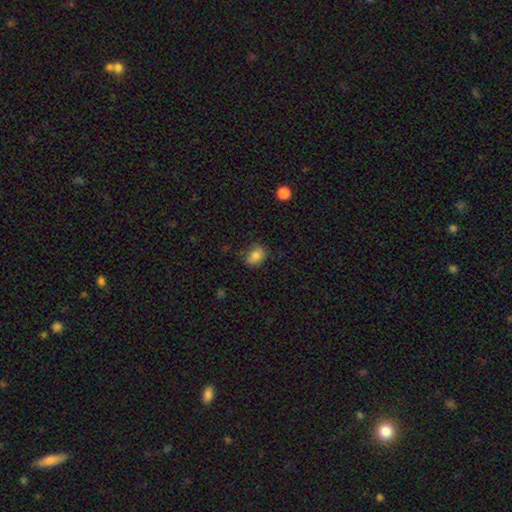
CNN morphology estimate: The model was most divided on "how rounded": in between: 63%, round: 35%, cigar-shaped: 1%. More confident: smooth or featured — smooth (84%); merging — none (77%).